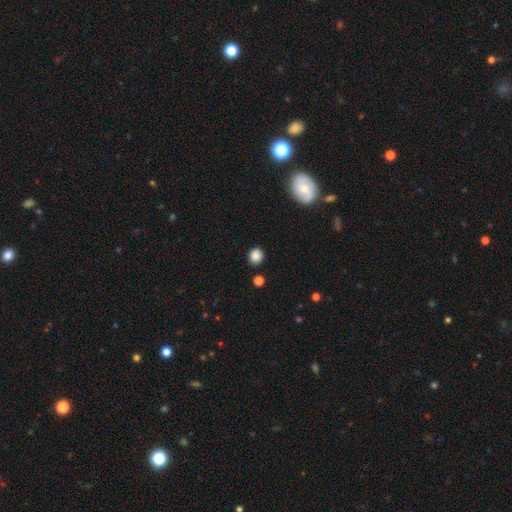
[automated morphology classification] type=smooth (86%); roundness=round (83%); merging=none (88%).